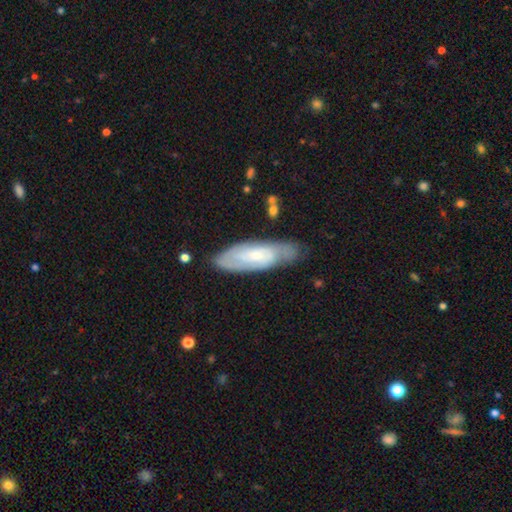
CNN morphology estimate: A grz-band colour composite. It shows a featured or disk galaxy (59%). Merging: none (70%).